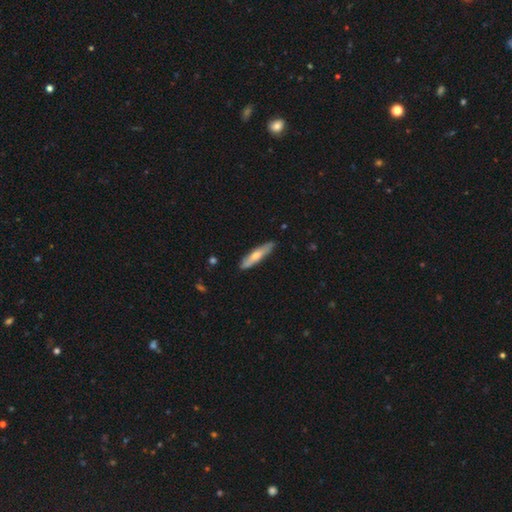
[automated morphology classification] smooth 51%, featured or disk 43%, star or artifact 6%. Down the decision tree: how rounded — cigar-shaped (83%); merging — none (87%).